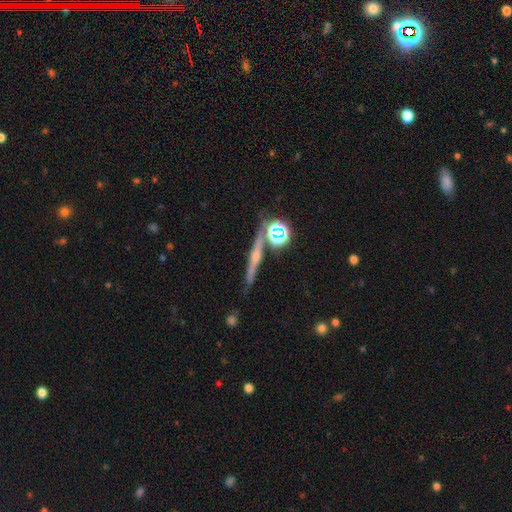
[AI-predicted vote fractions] Morphology: type=featured or disk (64%); edge-on=yes (95%); edge-on bulge=rounded (83%); merging=none (83%).